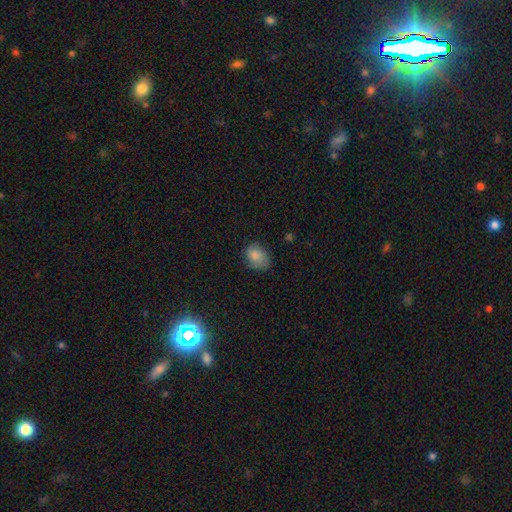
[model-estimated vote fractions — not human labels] Q: Smooth or featured?
A: smooth (82%); runner-up: featured or disk (9%)
Q: How rounded?
A: in between (71%); runner-up: round (28%)
Q: Merging?
A: none (63%); runner-up: minor disturbance (27%)